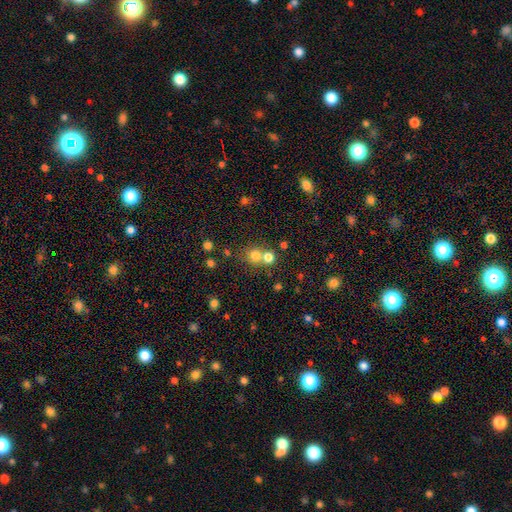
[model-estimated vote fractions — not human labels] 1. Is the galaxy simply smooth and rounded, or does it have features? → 75% smooth, 16% star or artifact, 9% featured or disk.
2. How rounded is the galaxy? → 85% round, 14% in between, 1% cigar-shaped.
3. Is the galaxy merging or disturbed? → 51% none, 40% merger, 7% minor disturbance, 3% major disturbance.